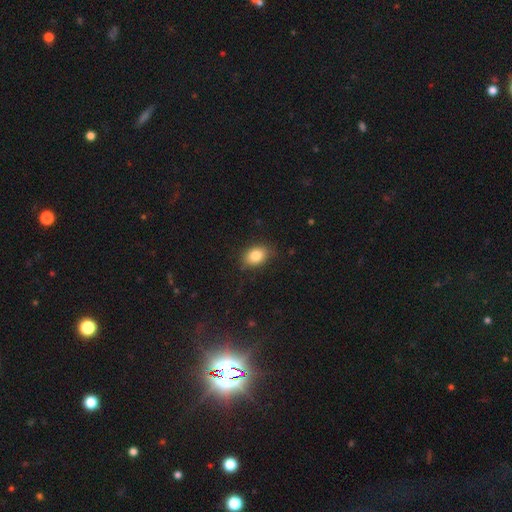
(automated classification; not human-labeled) This is clearly a smooth galaxy (83%). How rounded: likely in between (79%). Merging: clearly none (83%).